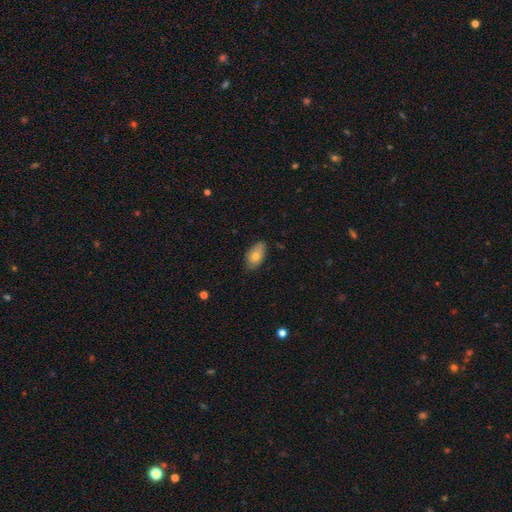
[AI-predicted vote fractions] Morphology: type=smooth (76%); roundness=in between (92%); merging=none (72%).